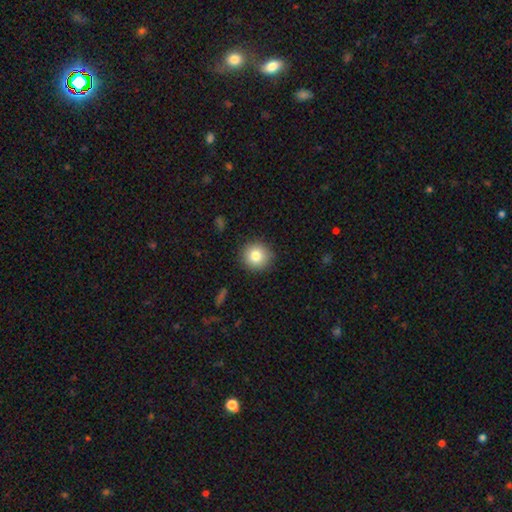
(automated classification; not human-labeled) A smooth galaxy with no disk features (81%) that is round (92%). Merging: none (89%).